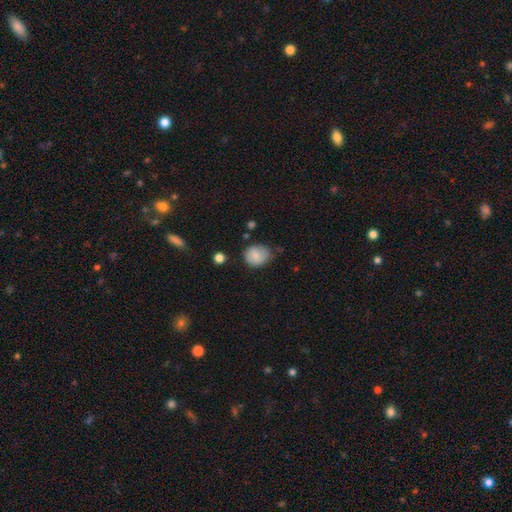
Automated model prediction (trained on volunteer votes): Smooth or featured? Predicted: smooth (p=0.79). How rounded? Predicted: round (p=0.68). Merging? Predicted: none (p=0.60).